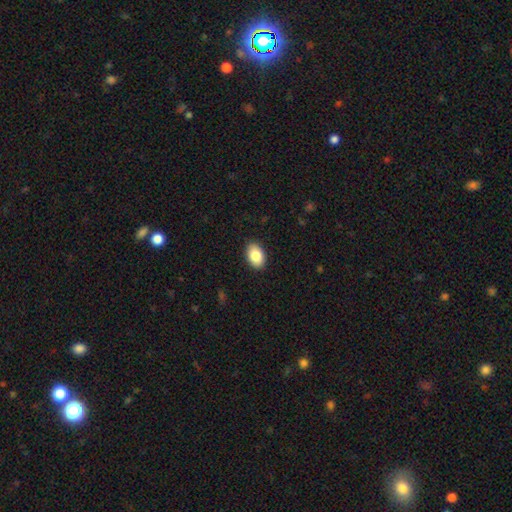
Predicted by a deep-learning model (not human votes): This appears to be a smooth galaxy with no disk features (85%) that is in between round and cigar-shaped (89%). Merging: none (89%).